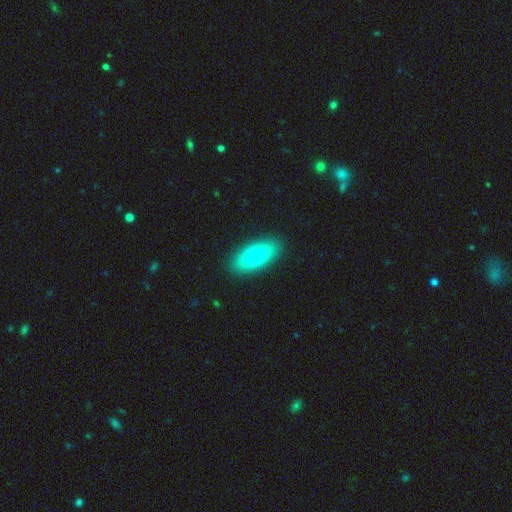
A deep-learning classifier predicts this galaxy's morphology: Q: Smooth or featured?
A: smooth (72%); runner-up: featured or disk (21%)
Q: How rounded?
A: in between (82%); runner-up: cigar-shaped (14%)
Q: Merging?
A: none (90%); runner-up: minor disturbance (7%)